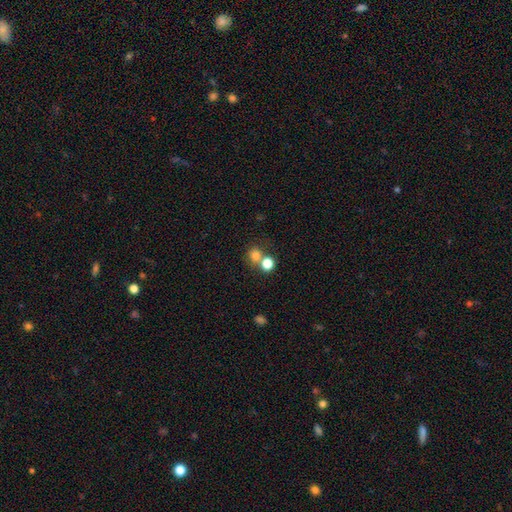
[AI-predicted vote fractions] Overall: smooth (77%). How rounded: round (83%). Merging: none (53%; merger 36%).